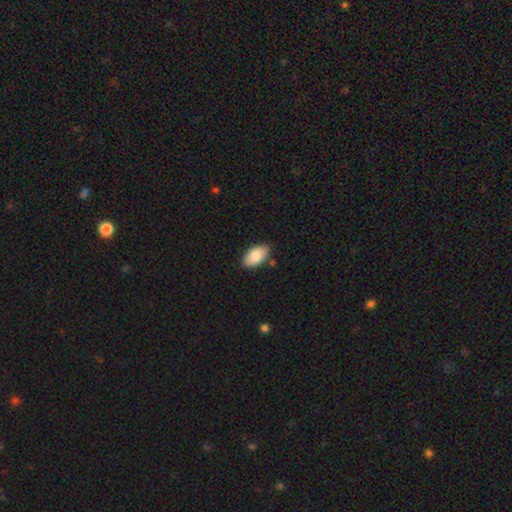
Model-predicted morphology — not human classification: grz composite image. It shows a smooth galaxy with no disk features (85%) that is in between round and cigar-shaped (95%). Merging: none (83%).